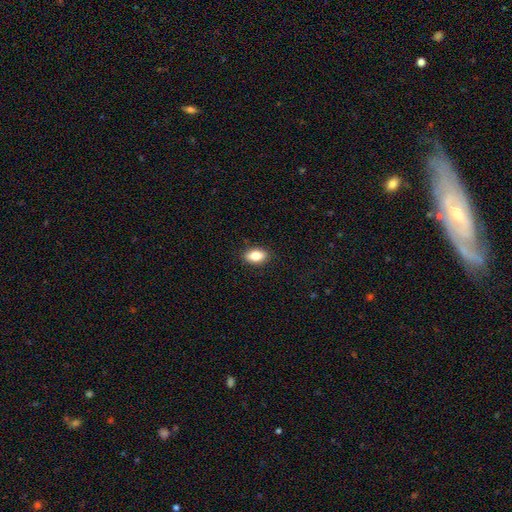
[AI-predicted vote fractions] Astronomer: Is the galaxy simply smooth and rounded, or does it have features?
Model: smooth — 83%.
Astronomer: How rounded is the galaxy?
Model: in between — 88%.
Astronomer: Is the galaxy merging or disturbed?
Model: none — 89%.